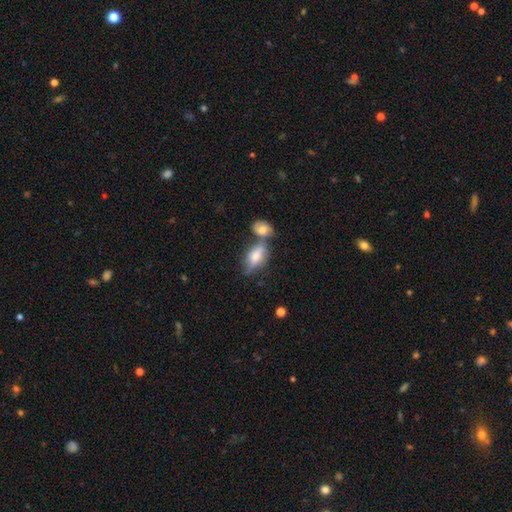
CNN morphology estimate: smooth_or_featured: smooth (p=0.63) [alt: featured or disk p=0.29]
how_rounded: in between (p=0.83) [alt: cigar-shaped p=0.11]
merging: none (p=0.39) [alt: merger p=0.35]